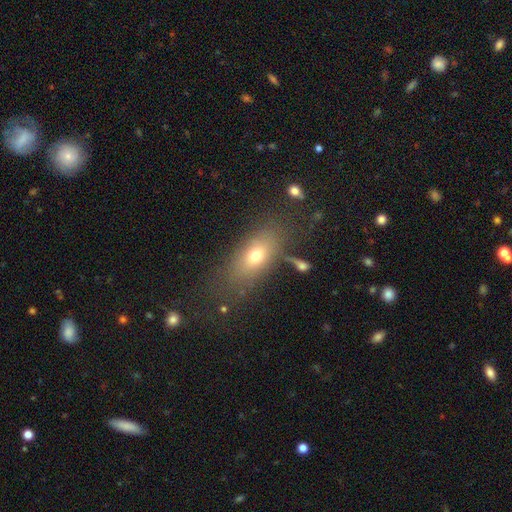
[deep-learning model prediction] Smooth or featured?
  - smooth: 68% *
  - featured or disk: 20%
  - star or artifact: 12%
How rounded?
  - in between: 79% *
  - round: 11%
  - cigar-shaped: 9%
Merging?
  - none: 71% *
  - minor disturbance: 14%
  - major disturbance: 9%
  - merger: 5%